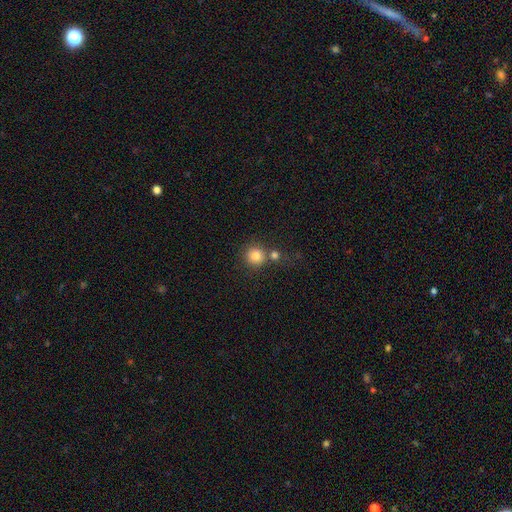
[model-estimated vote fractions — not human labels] smooth 82%, star or artifact 11%, featured or disk 7%. Down the decision tree: how rounded — round (92%); merging — none (64%).